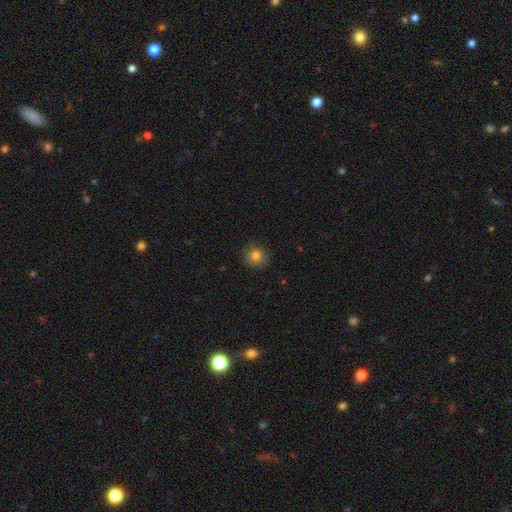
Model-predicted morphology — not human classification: Overall: smooth (81%). How rounded: round (91%). Merging: none (89%).